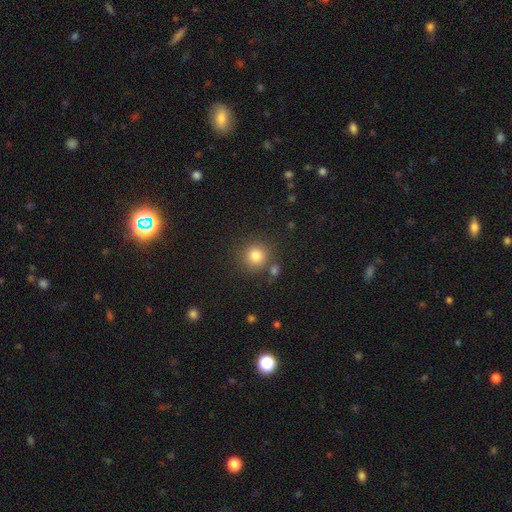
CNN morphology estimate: The model was most divided on "merging": none: 78%, minor disturbance: 9%, merger: 9%, major disturbance: 3%. More confident: how rounded — round (91%); smooth or featured — smooth (82%).